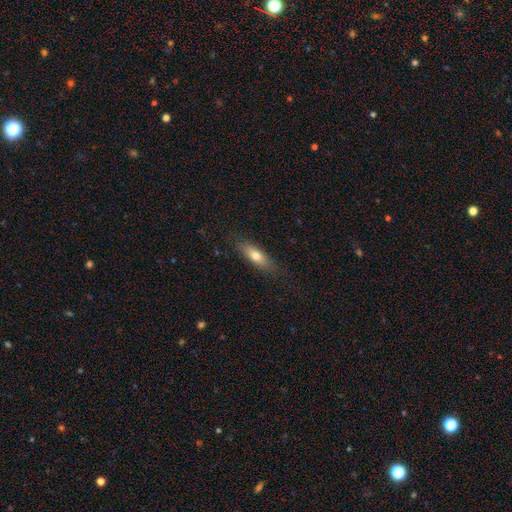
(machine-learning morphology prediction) The model was most divided on "how rounded": in between: 58%, cigar-shaped: 39%, round: 3%. More confident: merging — none (81%); smooth or featured — smooth (71%).